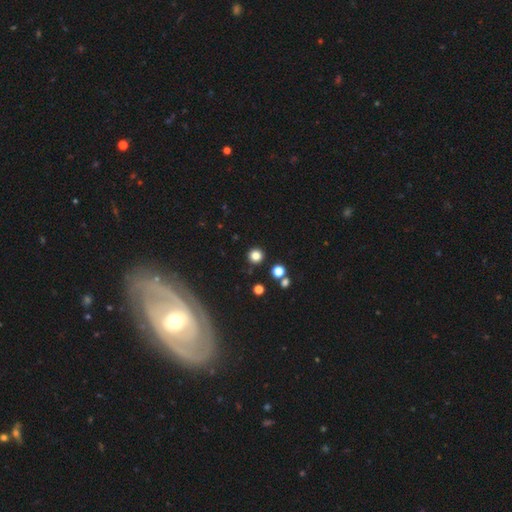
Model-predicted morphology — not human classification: Smooth or featured: smooth — 81% (star or artifact — 14%)
How rounded: round — 95% (in between — 4%)
Merging: none — 89% (minor disturbance — 5%)